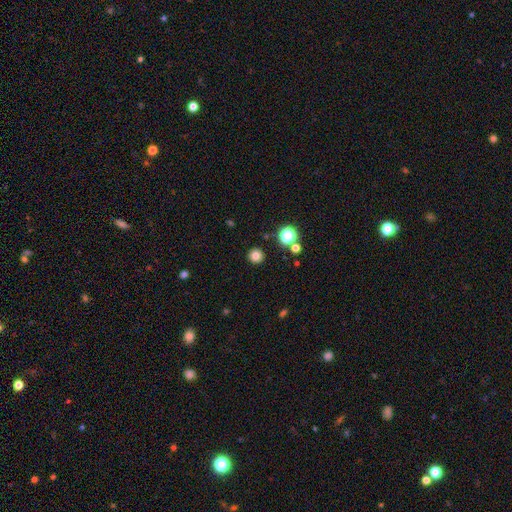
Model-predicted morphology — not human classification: Smooth or featured?
  - smooth: 79% *
  - star or artifact: 14%
  - featured or disk: 6%
How rounded?
  - round: 95% *
  - in between: 4%
  - cigar-shaped: 1%
Merging?
  - none: 91% *
  - minor disturbance: 5%
  - merger: 2%
  - major disturbance: 2%